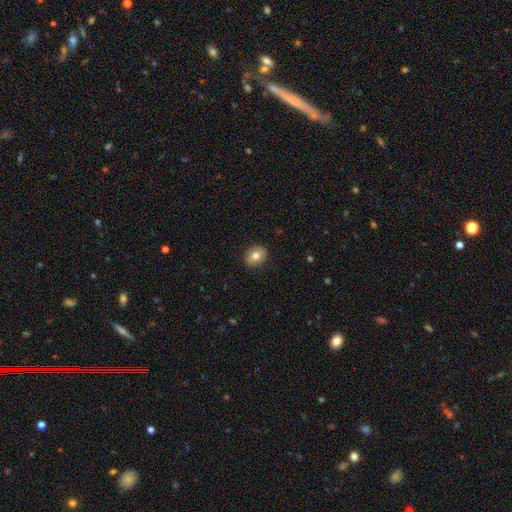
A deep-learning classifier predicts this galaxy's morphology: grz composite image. It shows a smooth galaxy with no disk features (78%) that is in between round and cigar-shaped (51%). Merging: none (89%).